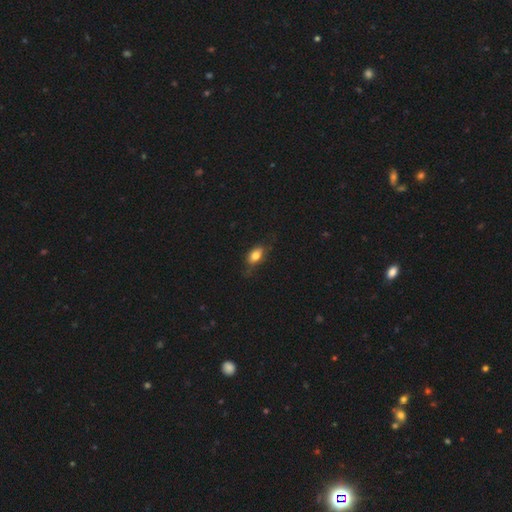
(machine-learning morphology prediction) smooth 76%, featured or disk 15%, star or artifact 9%. Down the decision tree: how rounded — in between (83%); merging — none (64%).